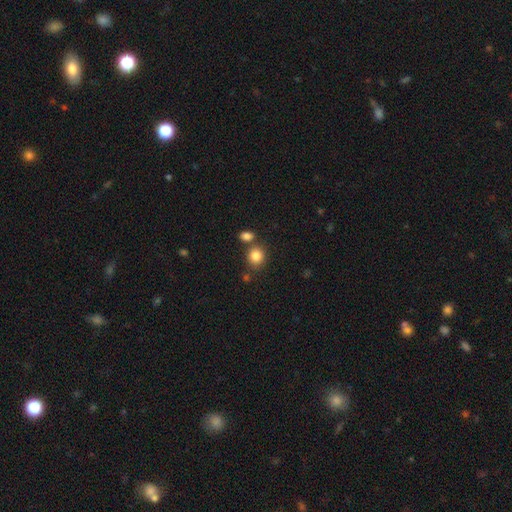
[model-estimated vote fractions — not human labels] This is clearly a smooth galaxy (84%). How rounded: likely round (78%). Merging: likely none (68%).